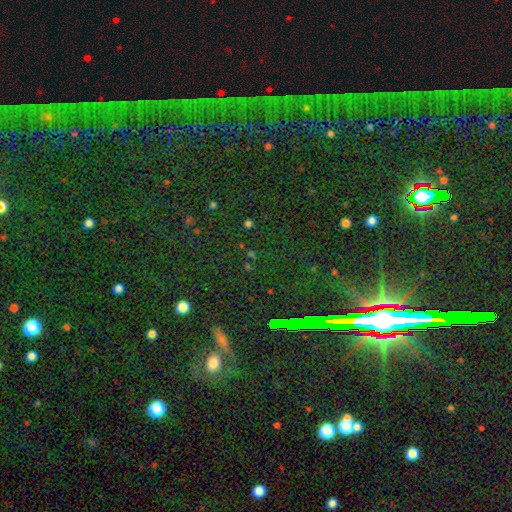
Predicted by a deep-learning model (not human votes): This is clearly a star or artifact rather than a galaxy (83%).